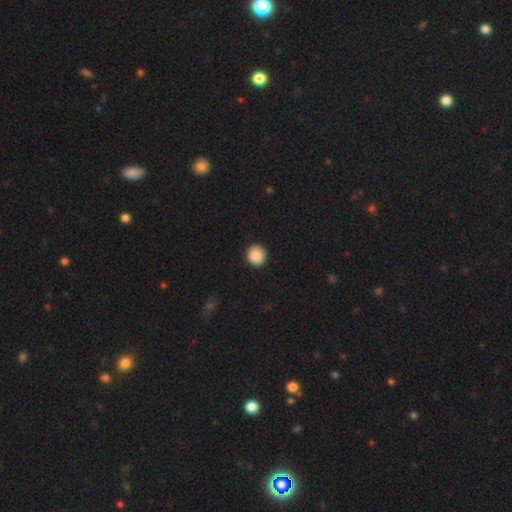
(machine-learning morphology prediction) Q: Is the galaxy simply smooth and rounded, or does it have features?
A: smooth — 88%.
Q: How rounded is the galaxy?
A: round — 85%.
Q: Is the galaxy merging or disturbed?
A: none — 90%.